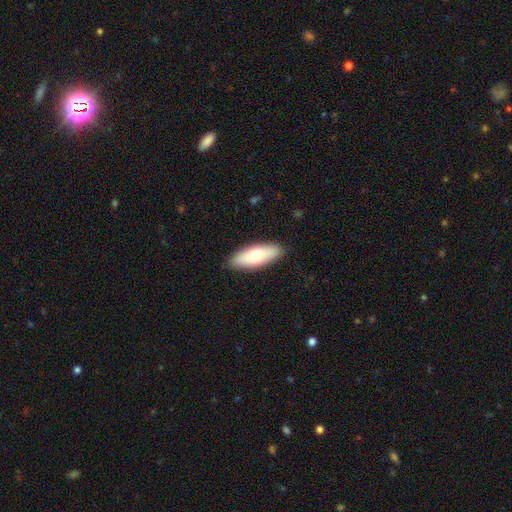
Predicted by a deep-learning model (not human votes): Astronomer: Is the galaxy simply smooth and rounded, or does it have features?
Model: smooth — 69%.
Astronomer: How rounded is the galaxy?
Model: in between — 72%.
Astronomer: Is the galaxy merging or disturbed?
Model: none — 88%.